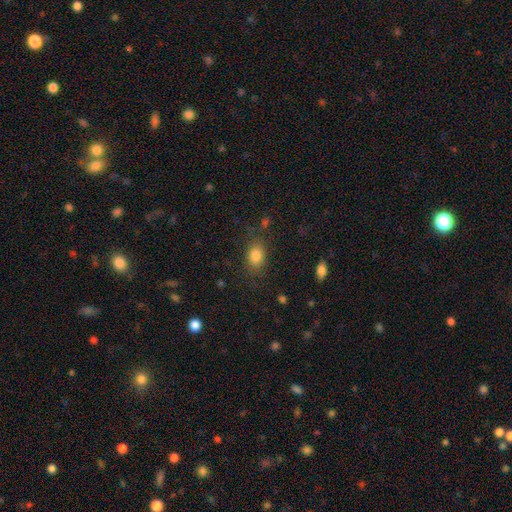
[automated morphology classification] A smooth galaxy with no disk features (84%) that is in between round and cigar-shaped (74%). Merging: none (76%).